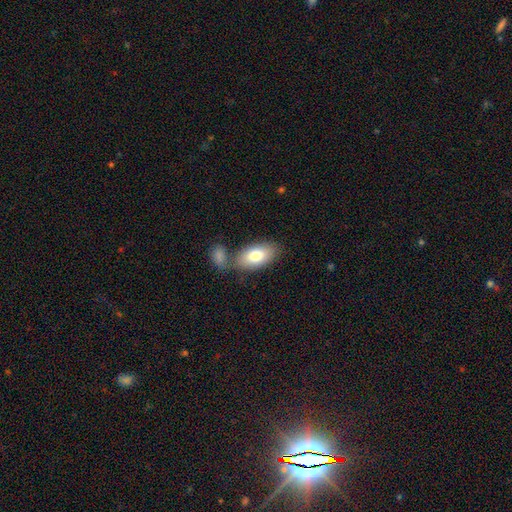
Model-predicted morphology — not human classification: type=smooth (79%); roundness=in between (94%); merging=none (59%).